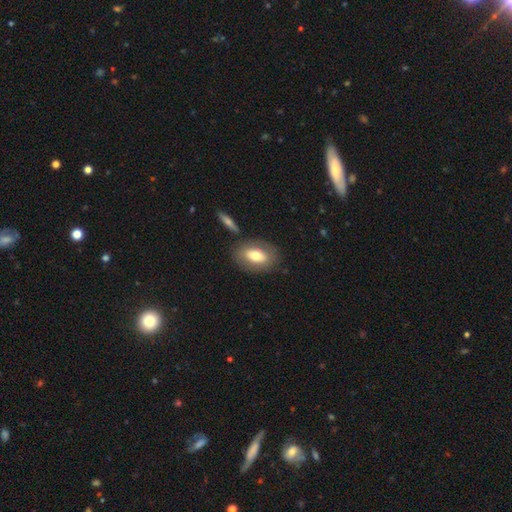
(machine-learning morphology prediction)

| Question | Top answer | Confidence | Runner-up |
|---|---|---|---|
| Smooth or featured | smooth | 67% | featured or disk (27%) |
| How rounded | in between | 86% | round (11%) |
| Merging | none | 78% | minor disturbance (11%) |